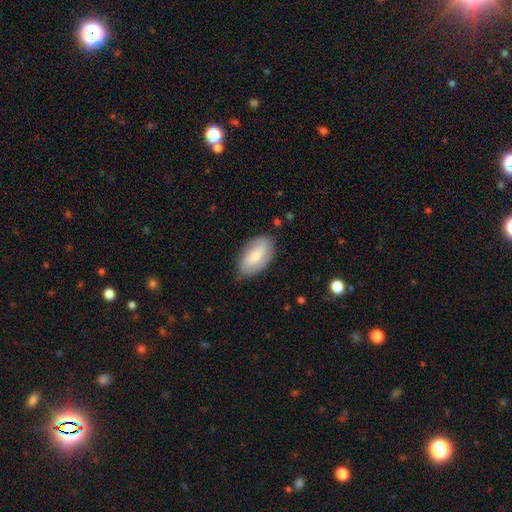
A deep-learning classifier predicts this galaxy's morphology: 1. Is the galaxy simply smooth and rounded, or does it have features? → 66% smooth, 28% featured or disk, 6% star or artifact.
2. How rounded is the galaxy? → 93% in between, 4% cigar-shaped, 3% round.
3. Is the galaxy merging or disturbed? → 78% none, 17% minor disturbance, 3% major disturbance, 1% merger.